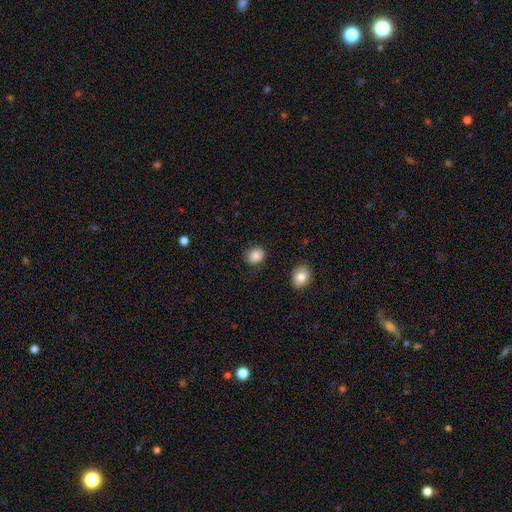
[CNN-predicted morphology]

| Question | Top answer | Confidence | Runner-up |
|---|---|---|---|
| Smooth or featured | smooth | 86% | star or artifact (9%) |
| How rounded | round | 62% | in between (37%) |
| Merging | none | 84% | minor disturbance (11%) |